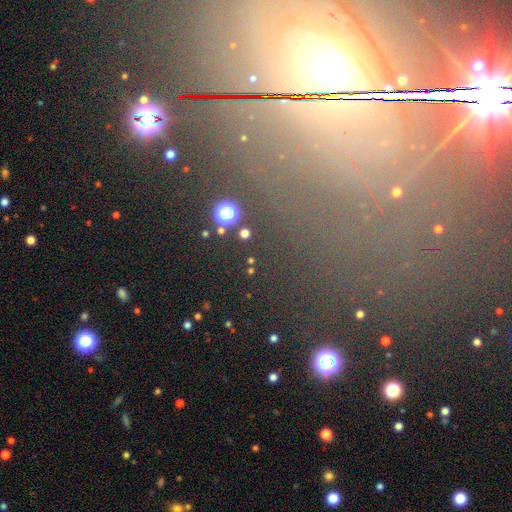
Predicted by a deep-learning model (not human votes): This appears to be a star or artifact, not a galaxy (63%).